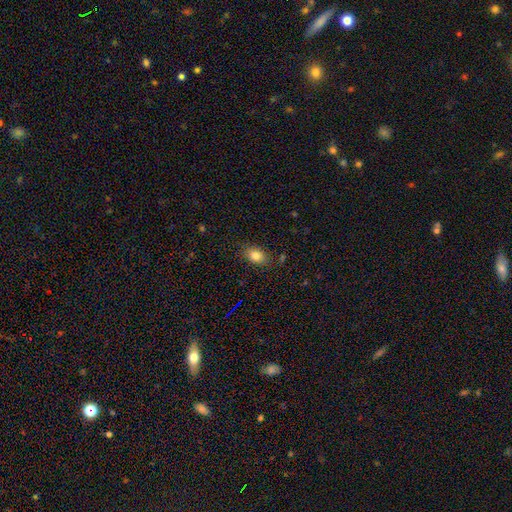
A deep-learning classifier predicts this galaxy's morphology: Smooth or featured? smooth (81%)
How rounded? in between (81%)
Merging? none (83%)